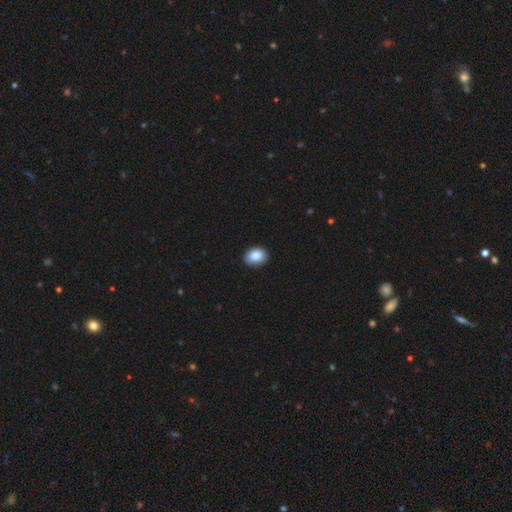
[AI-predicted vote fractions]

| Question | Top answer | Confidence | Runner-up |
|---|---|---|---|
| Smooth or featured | smooth | 88% | star or artifact (8%) |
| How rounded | in between | 66% | round (33%) |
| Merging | none | 86% | minor disturbance (11%) |